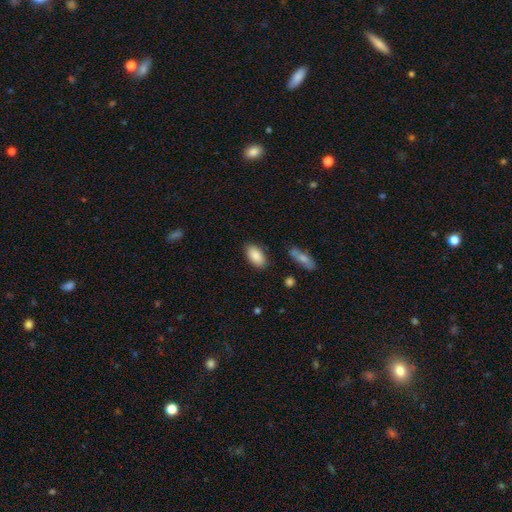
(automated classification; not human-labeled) A smooth galaxy with no disk features (88%) that is in between round and cigar-shaped (93%). Merging: none (85%).